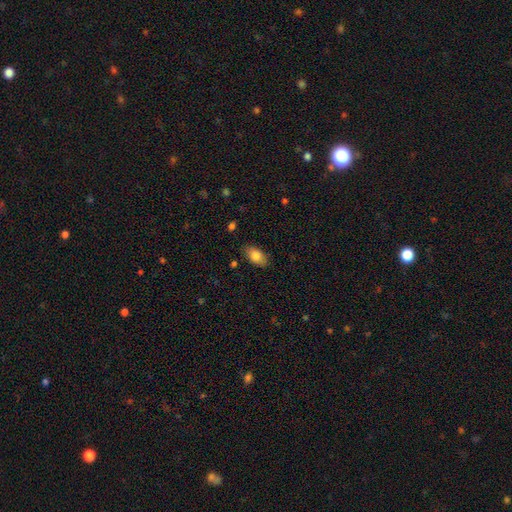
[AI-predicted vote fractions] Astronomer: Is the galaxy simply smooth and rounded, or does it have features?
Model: smooth — 81%.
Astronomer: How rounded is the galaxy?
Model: in between — 91%.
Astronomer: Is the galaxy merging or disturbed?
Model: none — 84%.